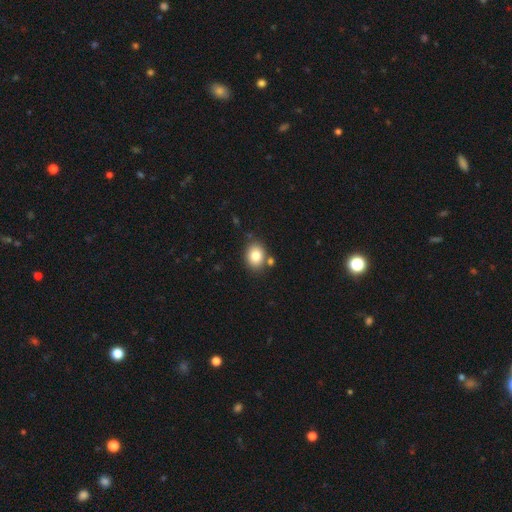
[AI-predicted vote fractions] Q: Smooth or featured?
A: smooth (82%); runner-up: star or artifact (10%)
Q: How rounded?
A: round (51%); runner-up: in between (48%)
Q: Merging?
A: none (76%); runner-up: minor disturbance (11%)